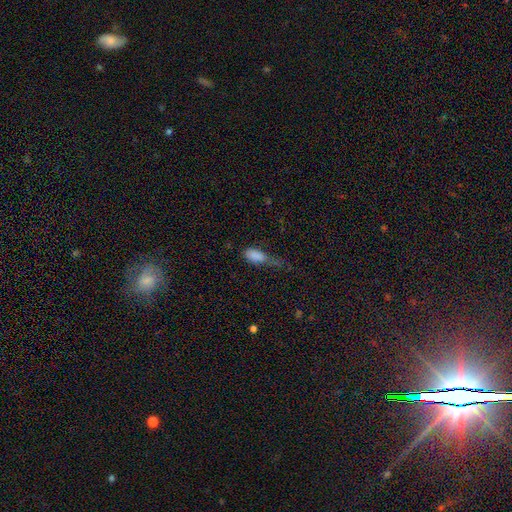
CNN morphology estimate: Overall: smooth (82%). How rounded: in between (85%). Merging: major disturbance (40%; minor disturbance 33%).